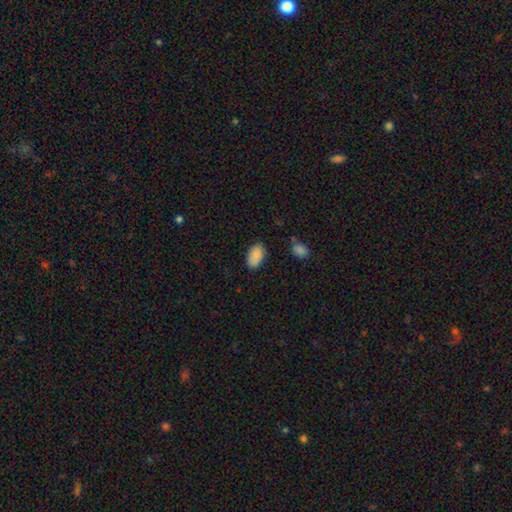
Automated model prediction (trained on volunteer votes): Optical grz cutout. It shows a smooth galaxy with no disk features (88%) that is in between round and cigar-shaped (95%). Merging: none (81%).